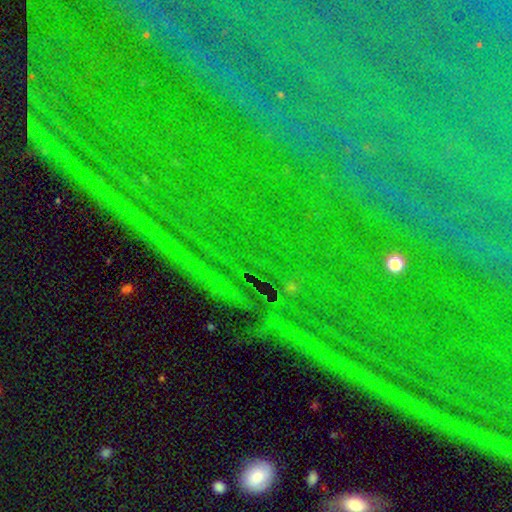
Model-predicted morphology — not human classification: Smooth or featured: star or artifact — 84% (featured or disk — 8%)